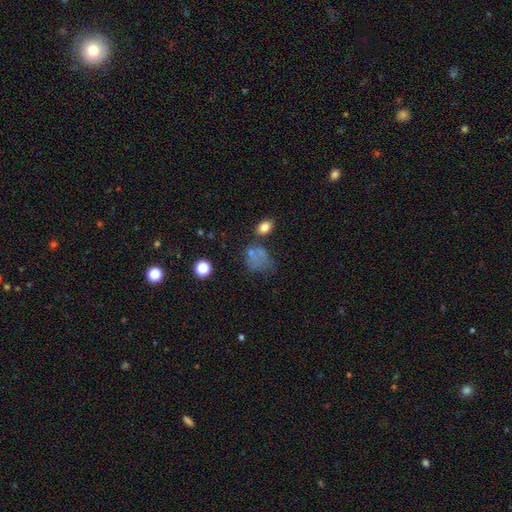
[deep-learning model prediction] Smooth or featured: smooth — 65% (featured or disk — 19%)
How rounded: in between — 60% (round — 39%)
Merging: none — 33% (major disturbance — 29%)